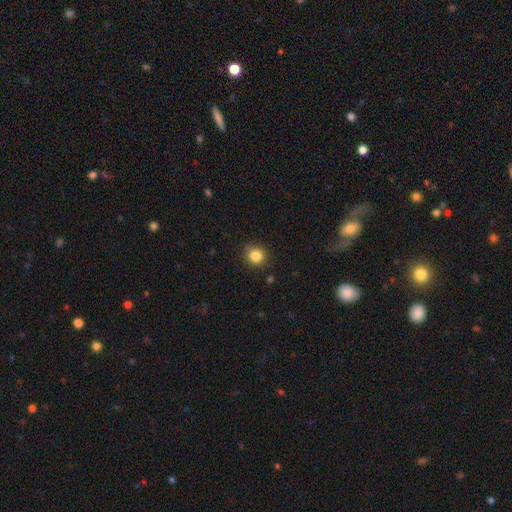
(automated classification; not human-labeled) The model was most divided on "smooth or featured": smooth: 84%, star or artifact: 11%, featured or disk: 4%. More confident: how rounded — round (89%); merging — none (87%).